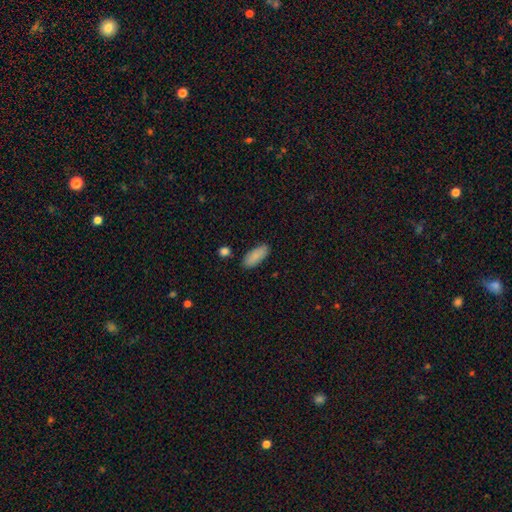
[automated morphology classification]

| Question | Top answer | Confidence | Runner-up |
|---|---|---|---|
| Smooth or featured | smooth | 87% | star or artifact (6%) |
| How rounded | in between | 83% | cigar-shaped (15%) |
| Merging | none | 83% | minor disturbance (12%) |